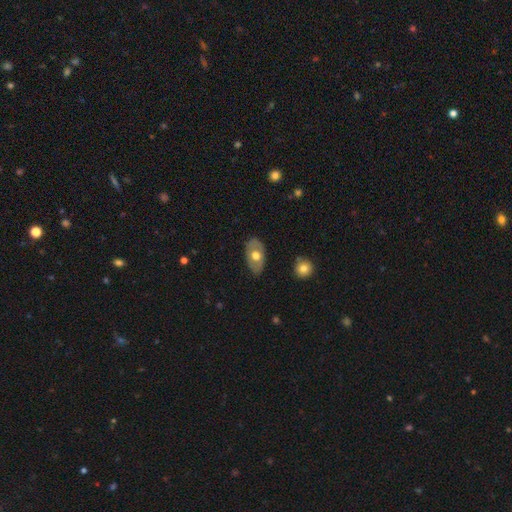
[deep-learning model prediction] Q: Smooth or featured?
A: smooth (53%); runner-up: featured or disk (41%)
Q: How rounded?
A: in between (89%); runner-up: round (10%)
Q: Merging?
A: none (81%); runner-up: minor disturbance (15%)